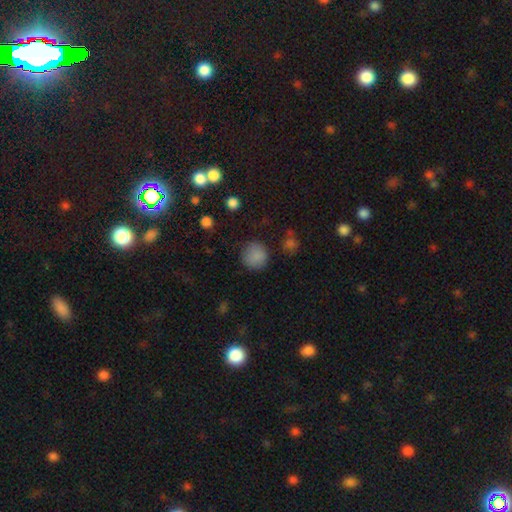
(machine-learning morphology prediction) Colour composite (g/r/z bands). It shows a smooth galaxy with no disk features (84%) that is round (91%). Merging: none (82%).